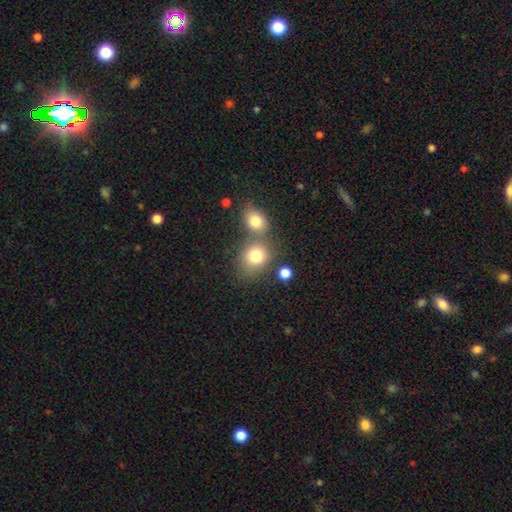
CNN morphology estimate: This is likely a smooth galaxy (80%). How rounded: likely round (67%). Merging: possibly none (50%).